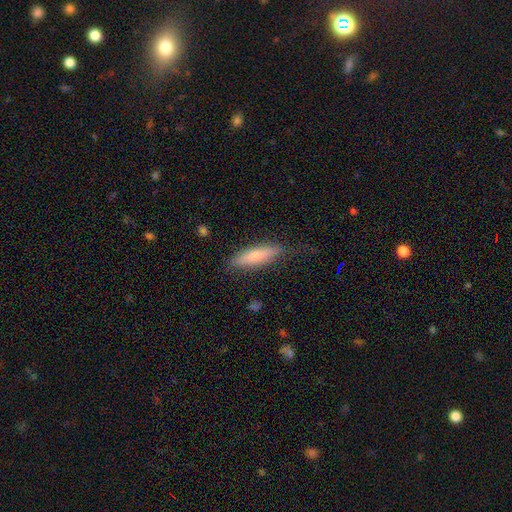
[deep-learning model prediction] Smooth or featured? Predicted: smooth (p=0.68). How rounded? Predicted: cigar-shaped (p=0.71). Merging? Predicted: none (p=0.76).